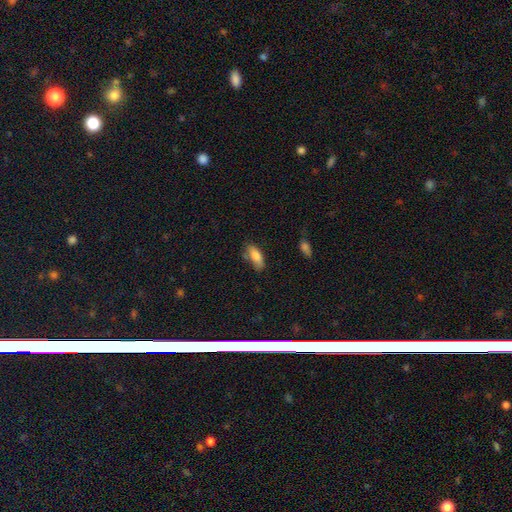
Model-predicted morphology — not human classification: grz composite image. It shows a smooth galaxy with no disk features (83%) that is in between round and cigar-shaped (80%). Merging: none (61%).